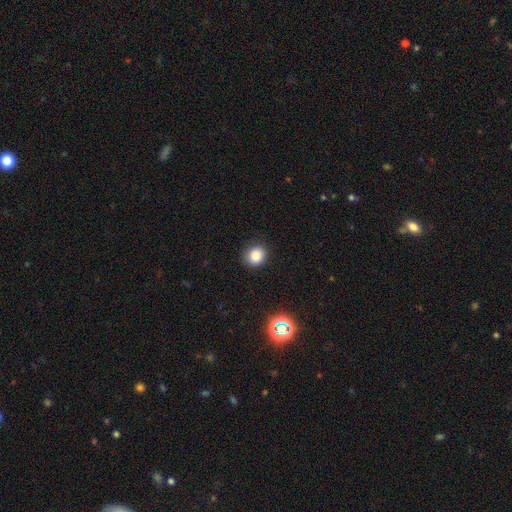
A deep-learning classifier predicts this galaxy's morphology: This appears to be a smooth galaxy with no disk features (84%) that is round (77%). Merging: none (86%).